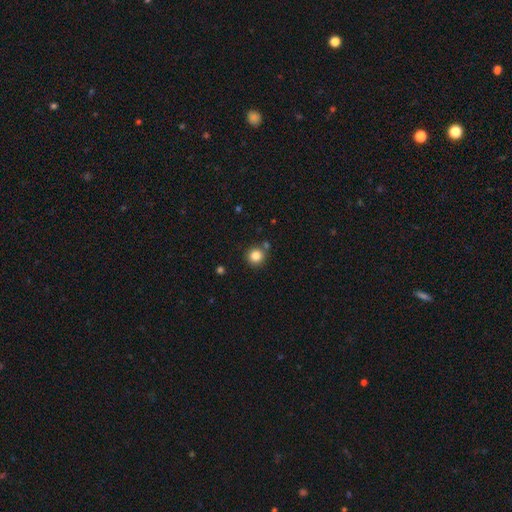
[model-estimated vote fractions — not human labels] smooth 85%, star or artifact 11%, featured or disk 4%. Down the decision tree: how rounded — round (93%); merging — none (81%).